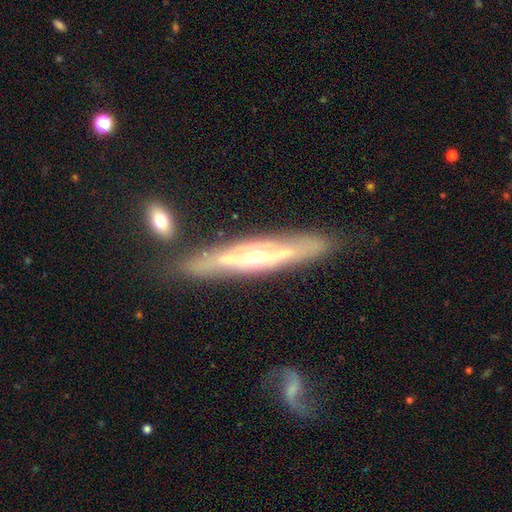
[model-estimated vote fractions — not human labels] A featured or disk galaxy (76%) viewed edge-on (70%) with a rounded central bulge (80%).

Vote fractions:
- Smooth or featured? featured or disk: 76% / smooth: 18% / star or artifact: 6%
- Edge-on disk? yes: 70% / no: 30%
- Edge-on bulge? rounded: 80% / none: 16% / boxy: 4%
- Merging? none: 76% / minor disturbance: 14% / merger: 5% / major disturbance: 4%